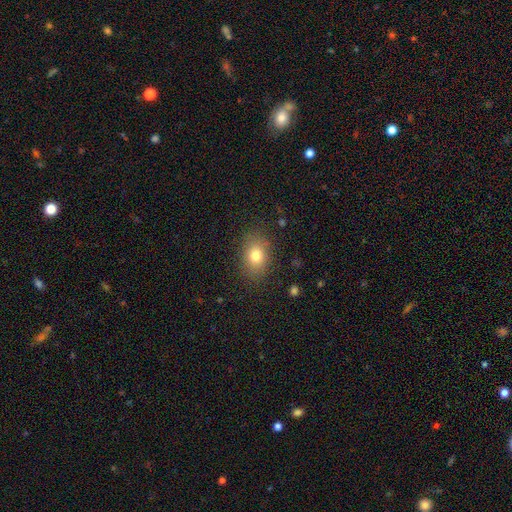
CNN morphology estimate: Smooth or featured? smooth (78%)
How rounded? in between (71%)
Merging? none (84%)